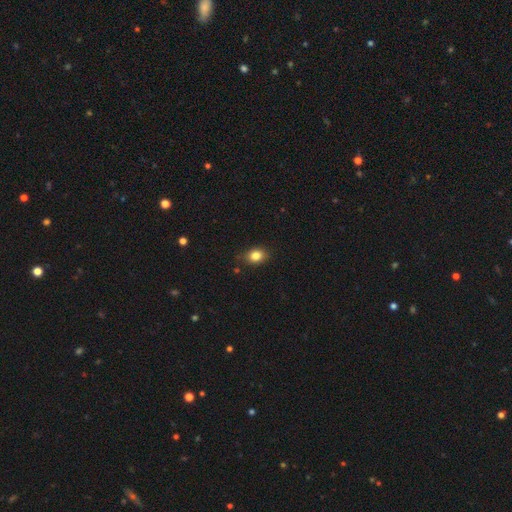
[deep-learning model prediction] Overall: smooth (83%). How rounded: in between (62%; round 37%). Merging: none (82%).